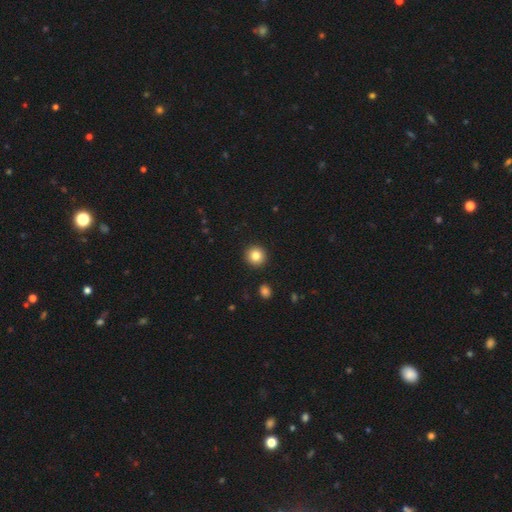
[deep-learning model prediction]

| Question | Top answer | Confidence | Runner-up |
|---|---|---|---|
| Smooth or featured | smooth | 83% | star or artifact (10%) |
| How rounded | round | 93% | in between (6%) |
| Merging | none | 92% | minor disturbance (5%) |